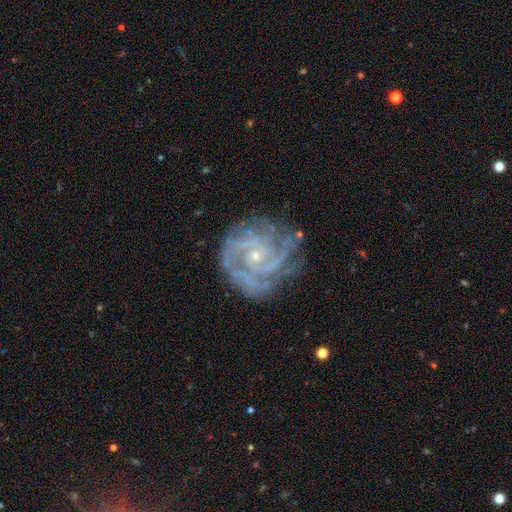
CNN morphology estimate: The model was most divided on "spiral arm count": 3: 28%, 4: 23%, can't tell: 19%, 2: 15%, more than 4: 8%, 1: 7%. More confident: edge-on disk — no (98%); spiral arms — yes (98%); smooth or featured — featured or disk (89%); bulge size — small (79%); merging — none (74%); spiral winding — tight (71%); bar — no (70%).